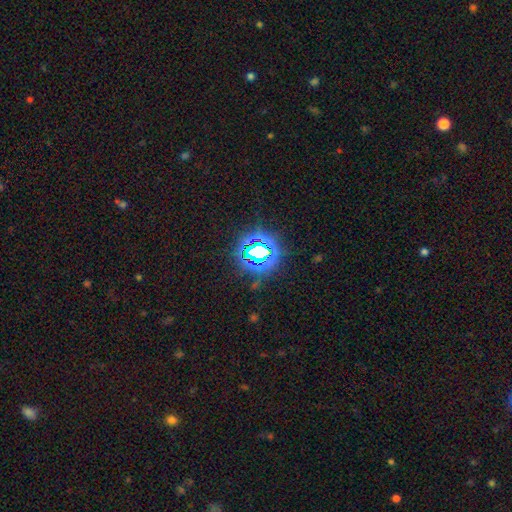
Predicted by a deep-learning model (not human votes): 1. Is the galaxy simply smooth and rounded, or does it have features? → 75% star or artifact, 15% smooth, 11% featured or disk.